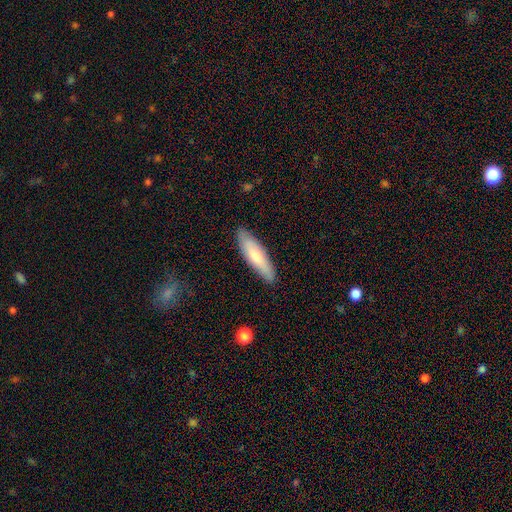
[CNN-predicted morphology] type=smooth (71%); roundness=cigar-shaped (66%); merging=none (86%).